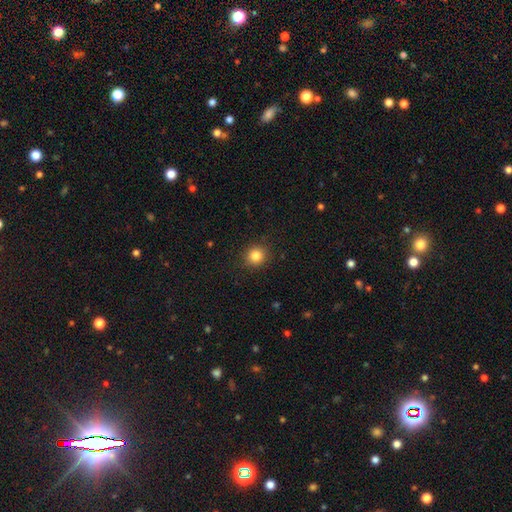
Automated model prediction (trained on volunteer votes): Overall: smooth (84%). How rounded: round (90%). Merging: none (90%).